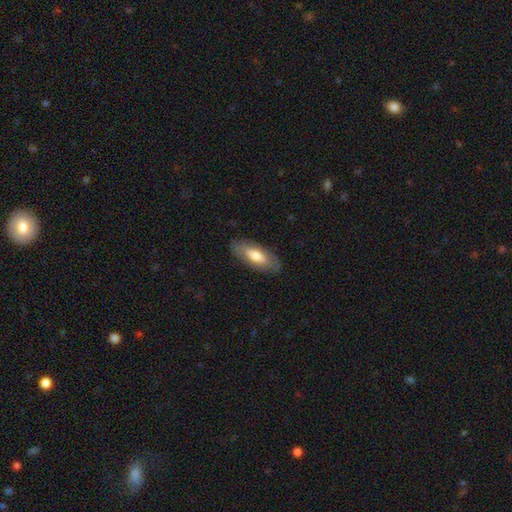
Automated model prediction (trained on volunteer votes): smooth 66%, featured or disk 29%, star or artifact 5%. Down the decision tree: how rounded — in between (78%); merging — none (84%).